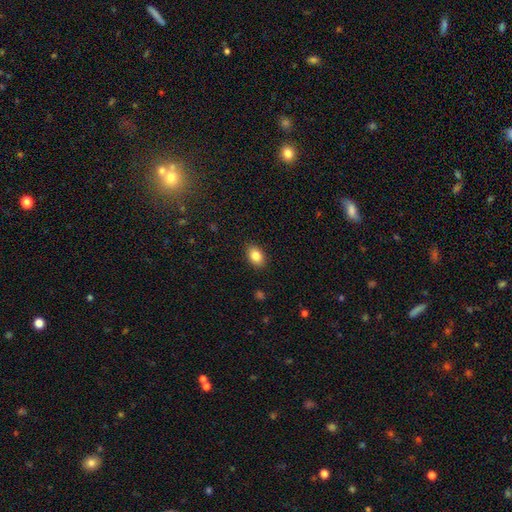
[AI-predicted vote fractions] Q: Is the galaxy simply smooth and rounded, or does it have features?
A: smooth — 86%.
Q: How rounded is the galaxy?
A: in between — 83%.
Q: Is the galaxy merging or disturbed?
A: none — 89%.